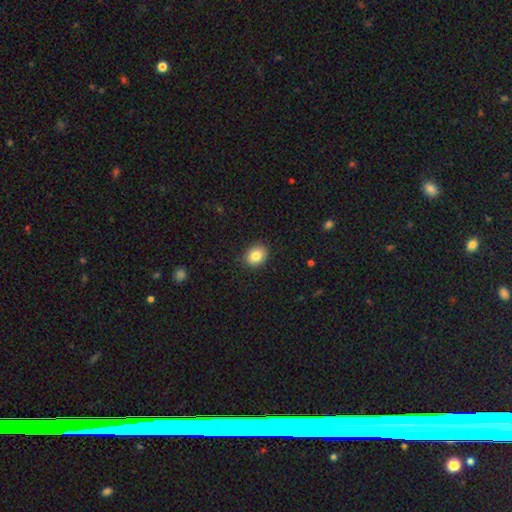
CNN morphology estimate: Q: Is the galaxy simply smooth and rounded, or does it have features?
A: smooth — 84%.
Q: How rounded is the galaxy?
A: in between — 51%.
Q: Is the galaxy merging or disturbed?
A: none — 89%.